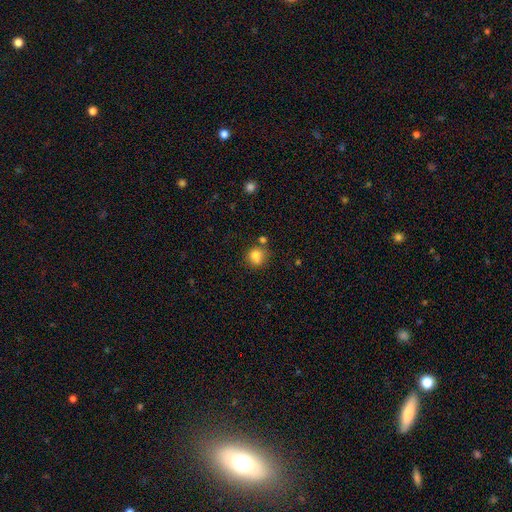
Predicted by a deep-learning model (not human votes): This appears to be a smooth galaxy with no disk features (80%) that is round (81%). Merging: none (65%).